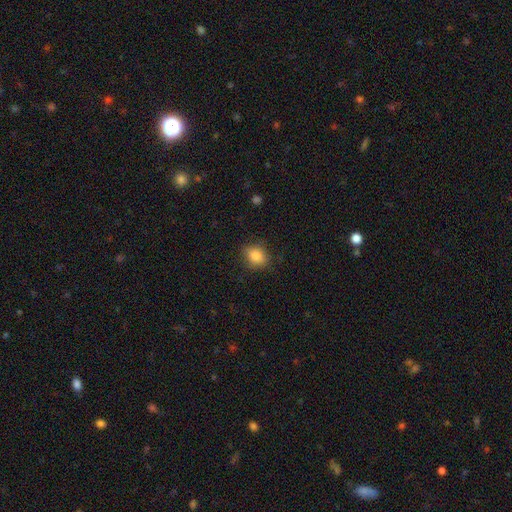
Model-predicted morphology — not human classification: A smooth galaxy with no disk features (86%) that is in between round and cigar-shaped (54%). Merging: none (81%).